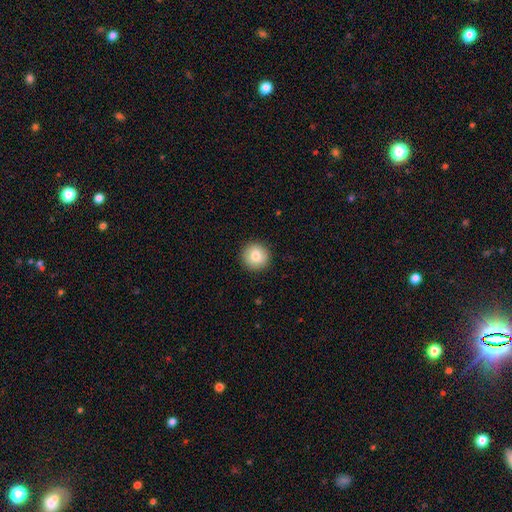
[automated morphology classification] A smooth galaxy with no disk features (84%) that is round (95%). Merging: none (92%).